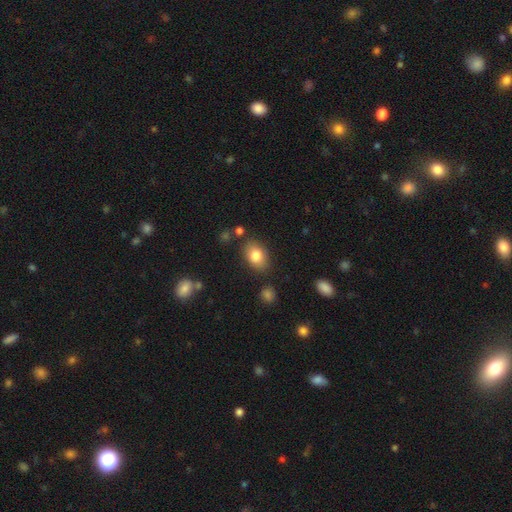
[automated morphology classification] Smooth or featured? Predicted: smooth (p=0.81). How rounded? Predicted: in between (p=0.82). Merging? Predicted: none (p=0.80).